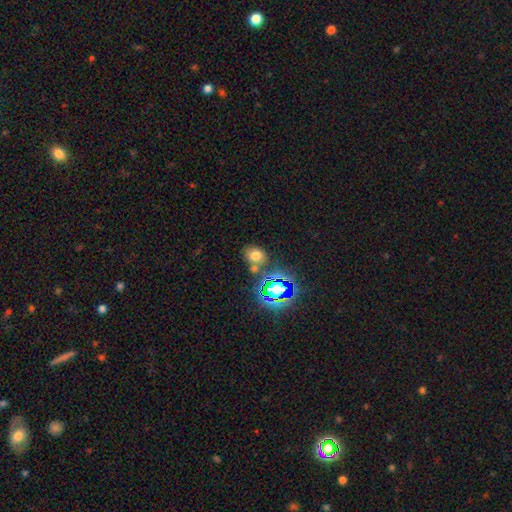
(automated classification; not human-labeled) Smooth or featured?
  - smooth: 64% *
  - star or artifact: 26%
  - featured or disk: 10%
How rounded?
  - in between: 54% *
  - round: 45%
  - cigar-shaped: 1%
Merging?
  - none: 67% *
  - merger: 17%
  - minor disturbance: 12%
  - major disturbance: 4%